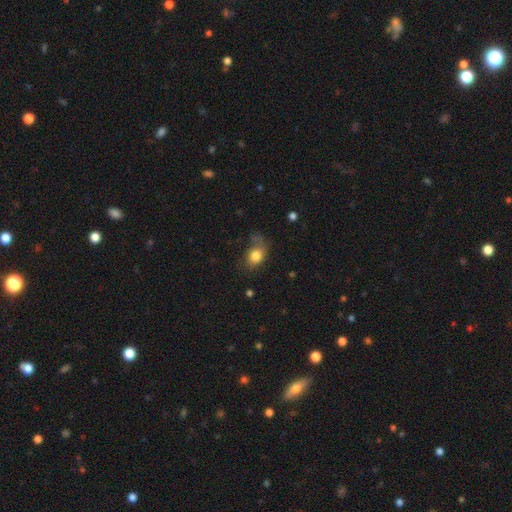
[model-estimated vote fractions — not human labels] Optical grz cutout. It shows a smooth galaxy with no disk features (79%) that is in between round and cigar-shaped (59%). Merging: none (44%).